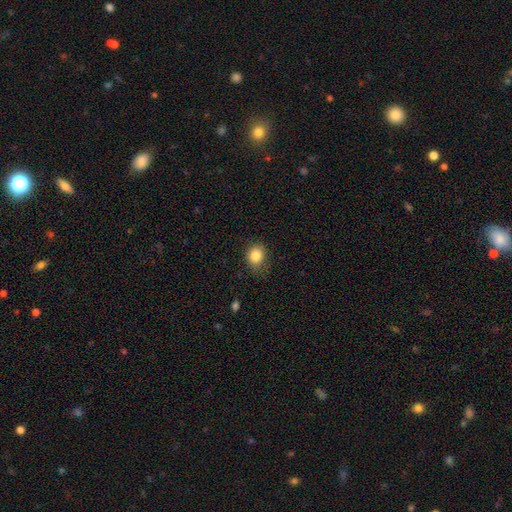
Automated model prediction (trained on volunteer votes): Morphology: type=smooth (84%); roundness=round (68%); merging=none (71%).